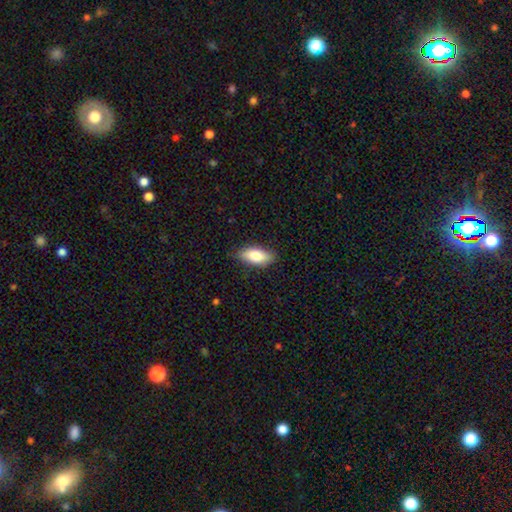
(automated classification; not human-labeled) smooth 81%, featured or disk 13%, star or artifact 6%. Down the decision tree: how rounded — in between (86%); merging — none (83%).